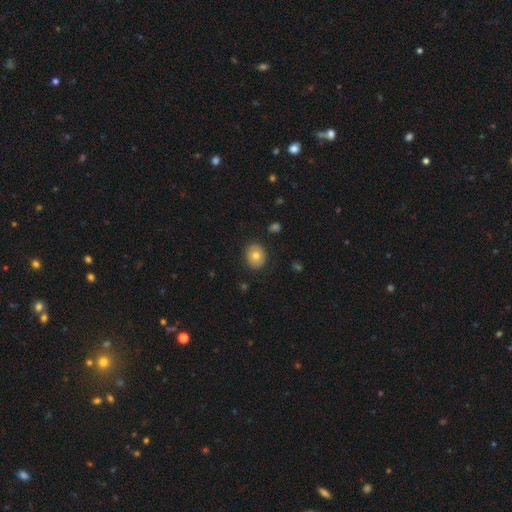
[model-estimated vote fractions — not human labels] smooth 74%, featured or disk 18%, star or artifact 8%. Down the decision tree: how rounded — round (62%); merging — none (86%).